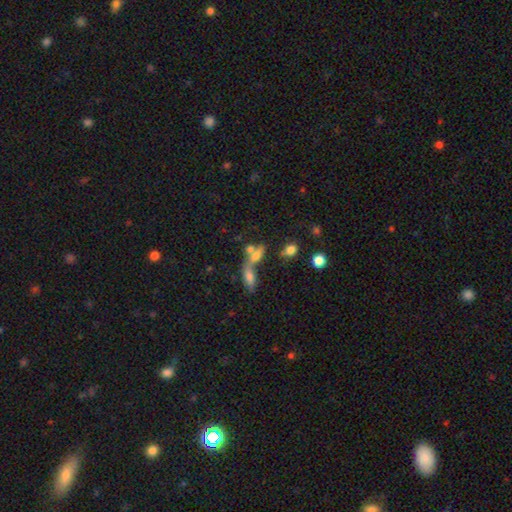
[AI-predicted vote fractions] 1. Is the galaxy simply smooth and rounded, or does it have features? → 62% smooth, 22% featured or disk, 16% star or artifact.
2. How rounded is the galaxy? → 63% in between, 25% cigar-shaped, 11% round.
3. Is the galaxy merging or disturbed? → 57% merger, 27% none, 9% minor disturbance, 7% major disturbance.